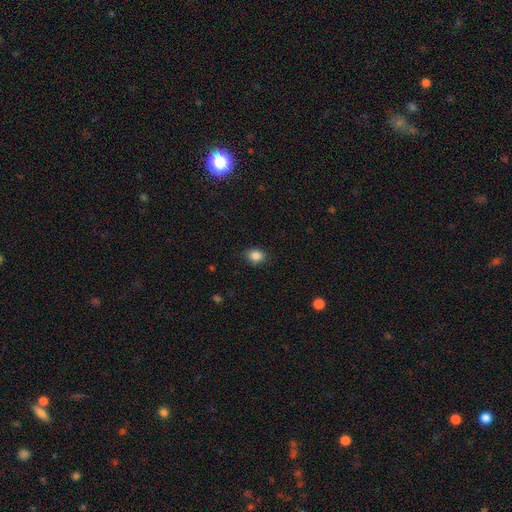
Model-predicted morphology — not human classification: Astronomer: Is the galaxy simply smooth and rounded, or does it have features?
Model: smooth — 86%.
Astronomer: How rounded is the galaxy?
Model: in between — 59% (runner-up: round, 40%).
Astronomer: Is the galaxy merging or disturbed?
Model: none — 85%.